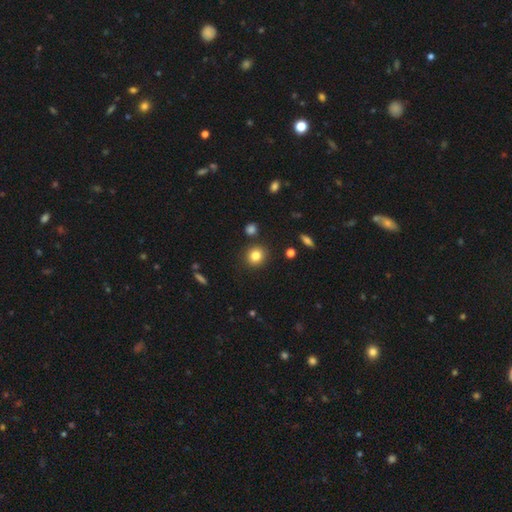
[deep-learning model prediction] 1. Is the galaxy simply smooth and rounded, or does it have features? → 83% smooth, 11% star or artifact, 6% featured or disk.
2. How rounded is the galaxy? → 86% round, 13% in between, 1% cigar-shaped.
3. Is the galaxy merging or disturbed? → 88% none, 7% minor disturbance, 3% merger, 2% major disturbance.